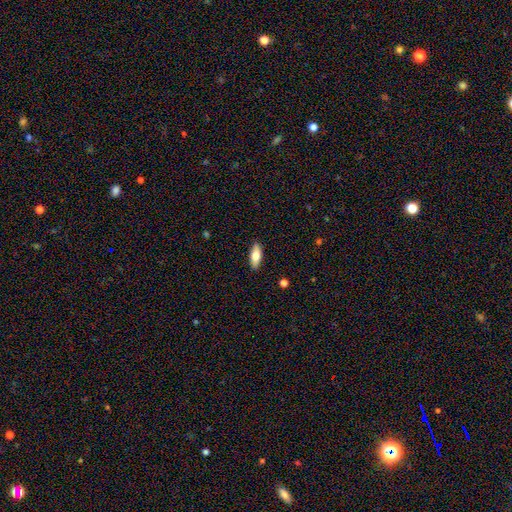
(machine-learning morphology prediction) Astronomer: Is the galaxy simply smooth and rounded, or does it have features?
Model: smooth — 73%.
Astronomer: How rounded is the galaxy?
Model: in between — 71%.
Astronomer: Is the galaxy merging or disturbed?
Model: none — 88%.